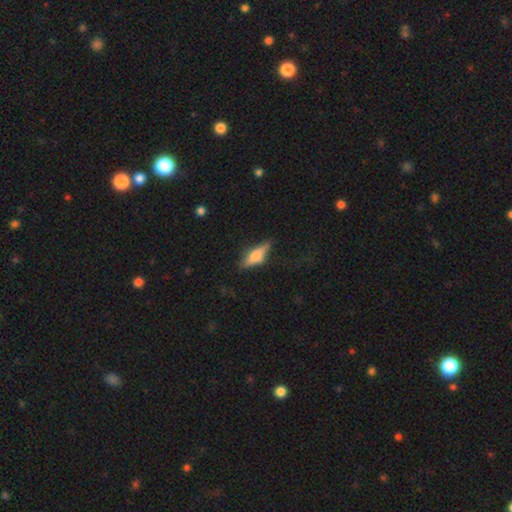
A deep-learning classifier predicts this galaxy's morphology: Smooth or featured? Predicted: smooth (p=0.52). How rounded? Predicted: in between (p=0.49). Merging? Predicted: none (p=0.70).